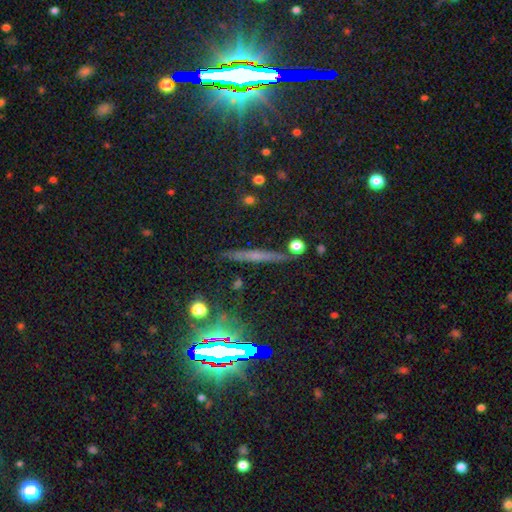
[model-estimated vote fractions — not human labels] The model was most divided on "smooth or featured": featured or disk: 46%, smooth: 29%, star or artifact: 25%. More confident: merging — none (85%).